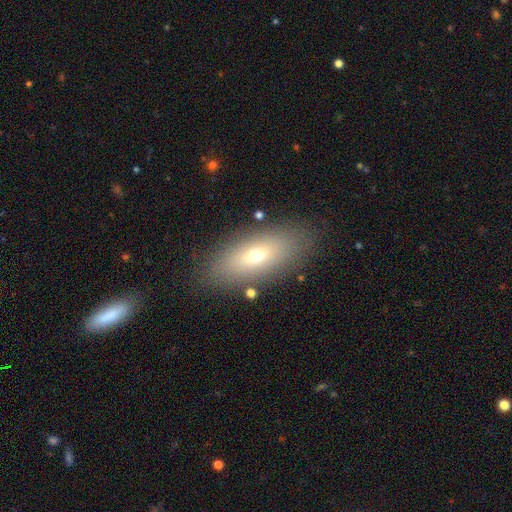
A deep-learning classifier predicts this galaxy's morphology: type=smooth (66%); roundness=in between (77%); merging=none (83%).